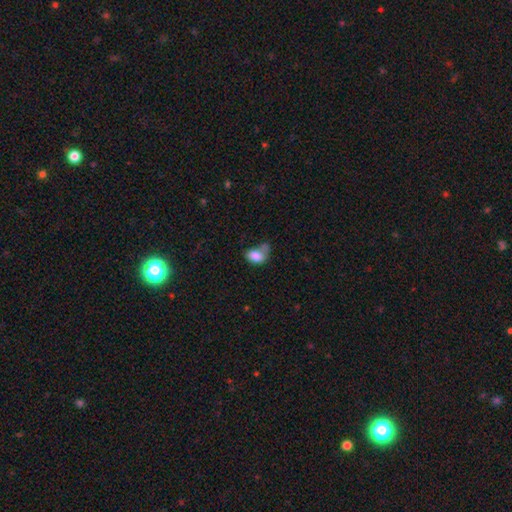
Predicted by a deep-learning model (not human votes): This appears to be a smooth galaxy with no disk features (81%) that is in between round and cigar-shaped (81%). Merging: merger (28%).